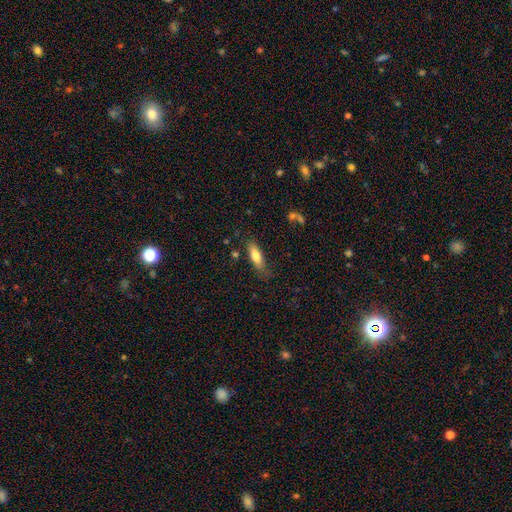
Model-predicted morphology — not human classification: smooth_or_featured: smooth (p=0.76) [alt: featured or disk p=0.17]
how_rounded: in between (p=0.53) [alt: cigar-shaped p=0.45]
merging: none (p=0.74) [alt: minor disturbance p=0.18]